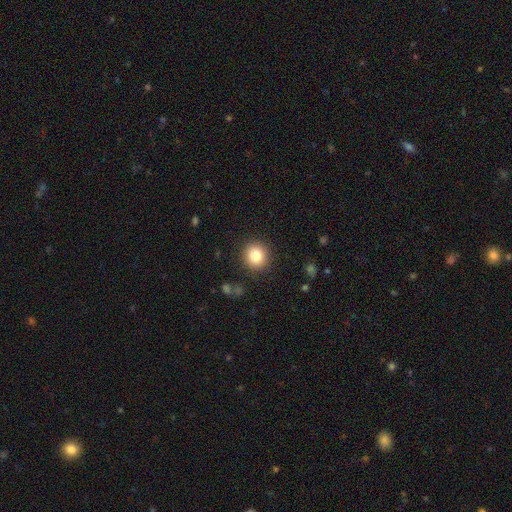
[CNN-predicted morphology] type=smooth (83%); roundness=round (89%); merging=none (90%).